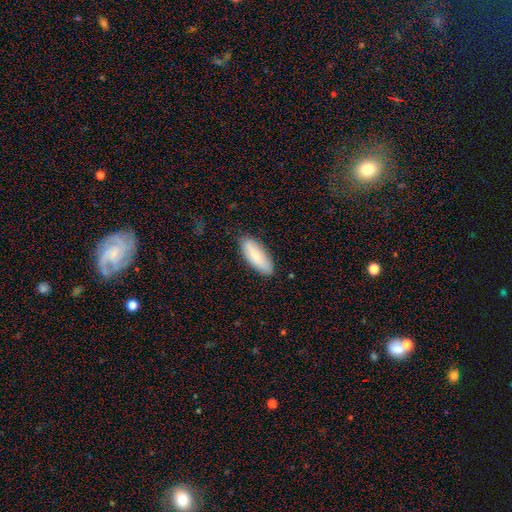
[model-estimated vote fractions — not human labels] A smooth galaxy with no disk features (80%) that is in between round and cigar-shaped (73%).

Vote fractions:
- Smooth or featured? smooth: 80% / featured or disk: 15% / star or artifact: 6%
- How rounded? in between: 73% / cigar-shaped: 25% / round: 2%
- Merging? none: 82% / minor disturbance: 14% / major disturbance: 2% / merger: 1%